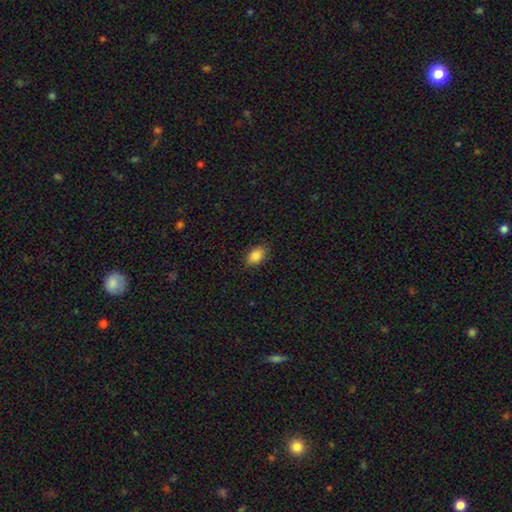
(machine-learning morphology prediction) This is clearly a smooth galaxy (87%). How rounded: clearly in between (88%). Merging: clearly none (86%).